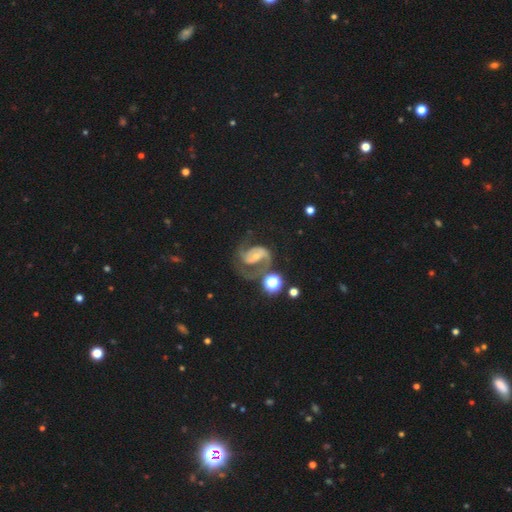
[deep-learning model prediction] smooth_or_featured: featured or disk (p=0.83) [alt: smooth p=0.09]
disk_edge_on: no (p=0.98) [alt: yes p=0.02]
bar: weak (p=0.40) [alt: no p=0.38]
has_spiral_arms: yes (p=0.95) [alt: no p=0.05]
spiral_winding: medium (p=0.55) [alt: tight p=0.23]
spiral_arm_count: 2 (p=0.79) [alt: 1 p=0.09]
bulge_size: small (p=0.61) [alt: moderate p=0.28]
merging: none (p=0.46) [alt: major disturbance p=0.27]